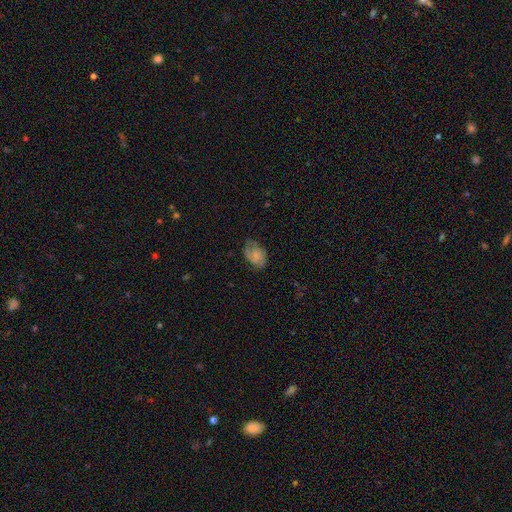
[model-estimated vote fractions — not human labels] smooth-or-featured: smooth: 60% | featured or disk: 31% | star or artifact: 9%
  how-rounded: in between: 78% | round: 21% | cigar-shaped: 1%
  merging: none: 55% | minor disturbance: 31% | major disturbance: 13% | merger: 1%